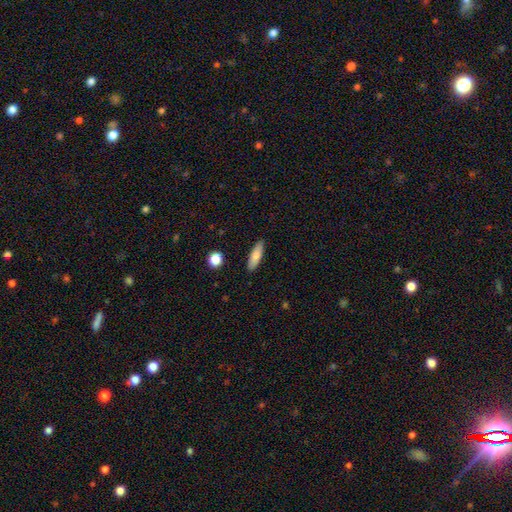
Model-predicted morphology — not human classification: Q: Smooth or featured?
A: smooth (79%); runner-up: featured or disk (15%)
Q: How rounded?
A: cigar-shaped (55%); runner-up: in between (42%)
Q: Merging?
A: none (87%); runner-up: minor disturbance (10%)